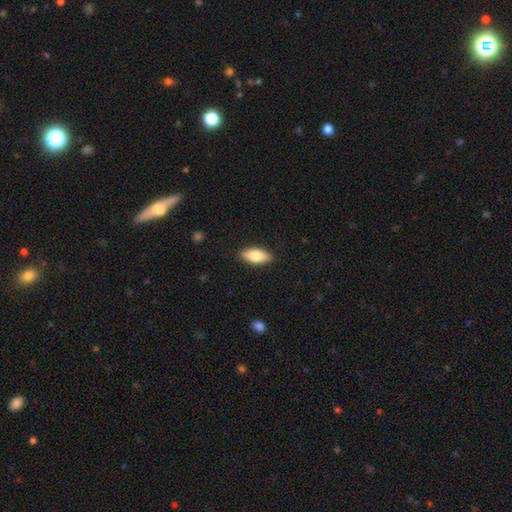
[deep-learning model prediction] This appears to be a smooth galaxy with no disk features (75%) that is in between round and cigar-shaped (83%). Merging: none (88%).